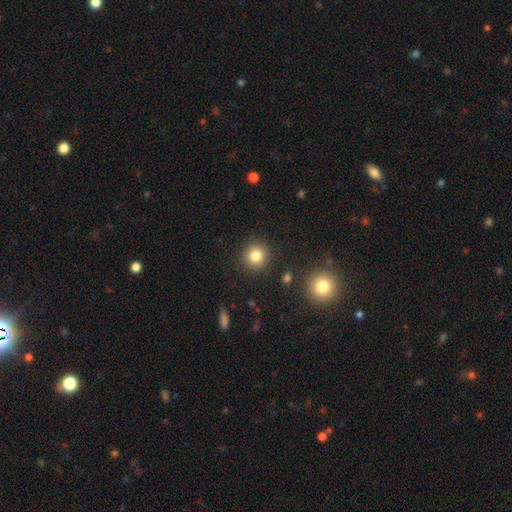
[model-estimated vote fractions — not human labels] The model was most divided on "smooth or featured": smooth: 83%, star or artifact: 11%, featured or disk: 6%. More confident: how rounded — round (92%); merging — none (89%).